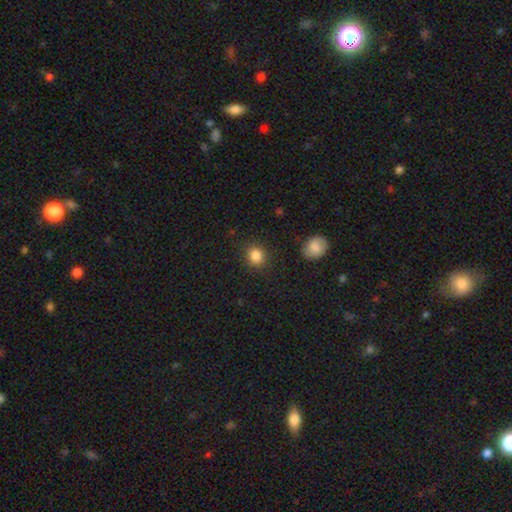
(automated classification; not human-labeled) This appears to be a smooth galaxy with no disk features (86%) that is round (81%). Merging: none (87%).